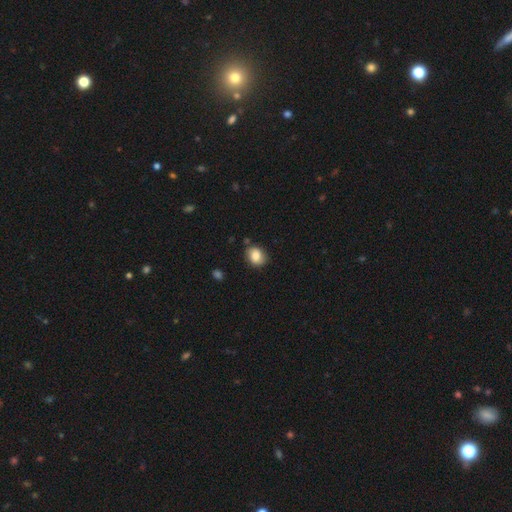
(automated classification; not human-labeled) This appears to be a smooth galaxy with no disk features (81%) that is round (58%). Merging: none (80%).